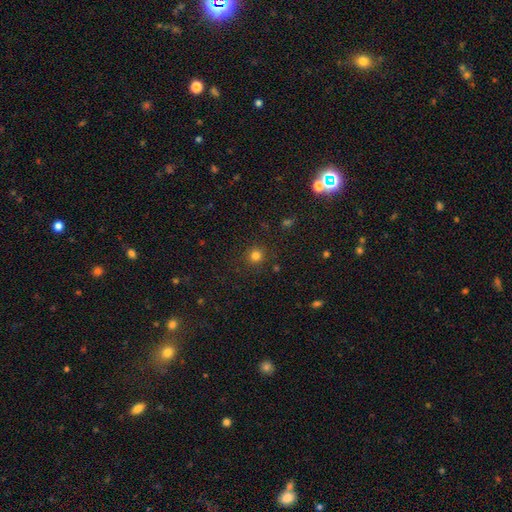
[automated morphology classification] Smooth or featured? smooth (80%)
How rounded? round (93%)
Merging? none (89%)